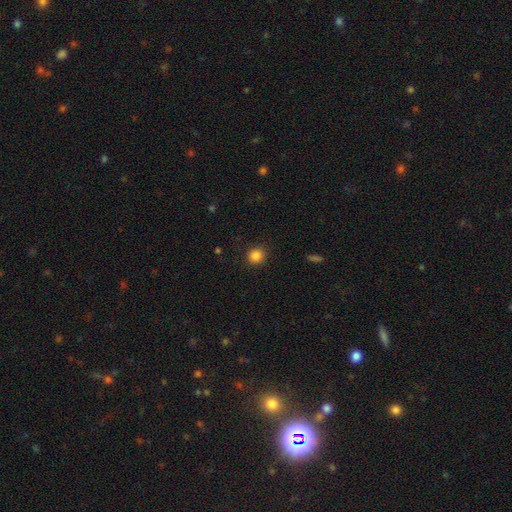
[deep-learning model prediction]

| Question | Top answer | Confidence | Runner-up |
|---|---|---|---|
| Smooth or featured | smooth | 86% | star or artifact (11%) |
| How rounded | round | 89% | in between (10%) |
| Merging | none | 90% | minor disturbance (7%) |